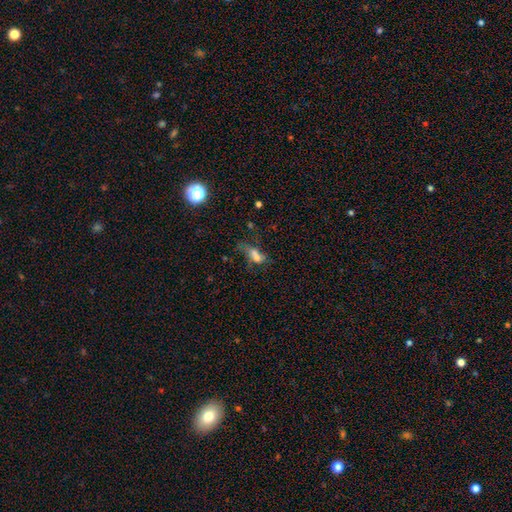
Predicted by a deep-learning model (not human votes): The model was most divided on "merging": merger: 37%, major disturbance: 24%, none: 24%, minor disturbance: 15%. More confident: how rounded — in between (68%); smooth or featured — smooth (55%).